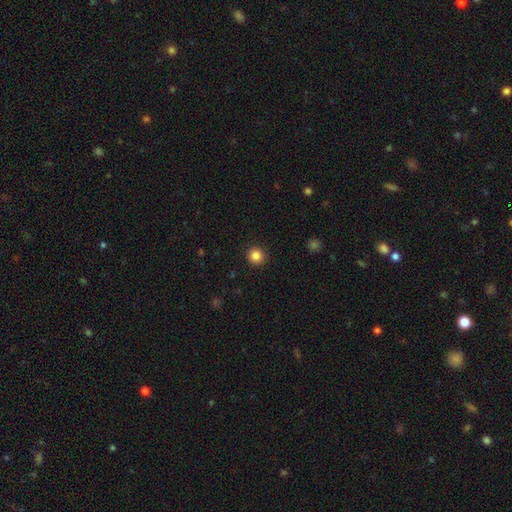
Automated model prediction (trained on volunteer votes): The model was most divided on "smooth or featured": smooth: 85%, star or artifact: 11%, featured or disk: 4%. More confident: how rounded — round (94%); merging — none (92%).